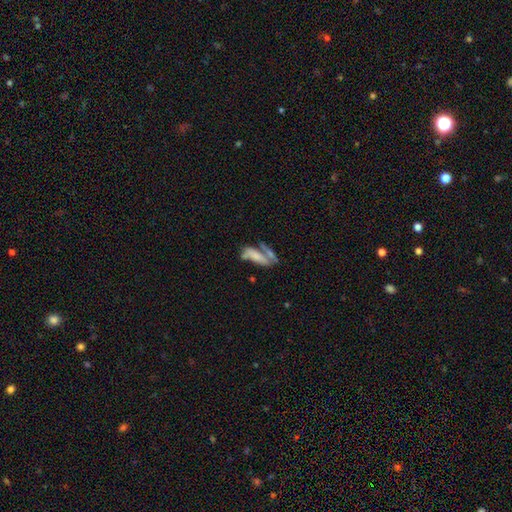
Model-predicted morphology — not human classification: The model was most divided on "merging": merger: 41%, none: 30%, minor disturbance: 15%, major disturbance: 13%. More confident: smooth or featured — smooth (57%); how rounded — in between (57%).